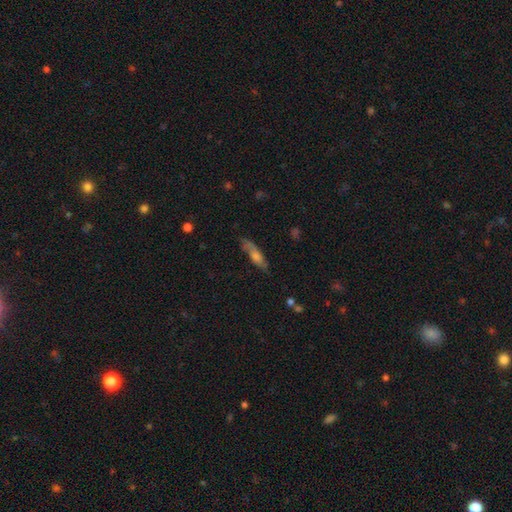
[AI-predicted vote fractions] Q: Smooth or featured?
A: smooth (51%); runner-up: featured or disk (40%)
Q: How rounded?
A: cigar-shaped (71%); runner-up: in between (26%)
Q: Merging?
A: none (67%); runner-up: minor disturbance (23%)